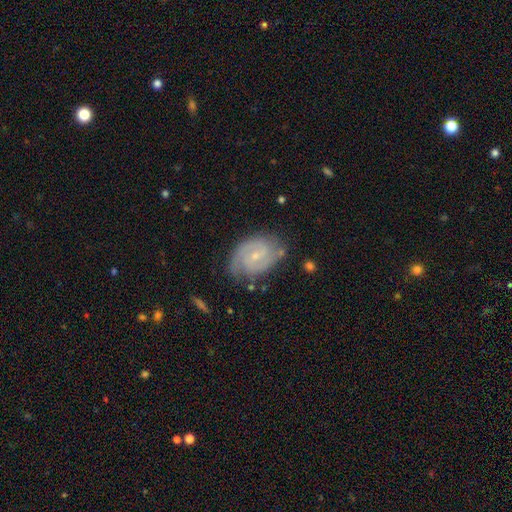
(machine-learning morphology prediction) A featured or disk galaxy (83%) with a weak bar (51%), 2 (71%) tight (50%) spiral arms (96%) and a small central bulge (72%). Merging: none (72%).